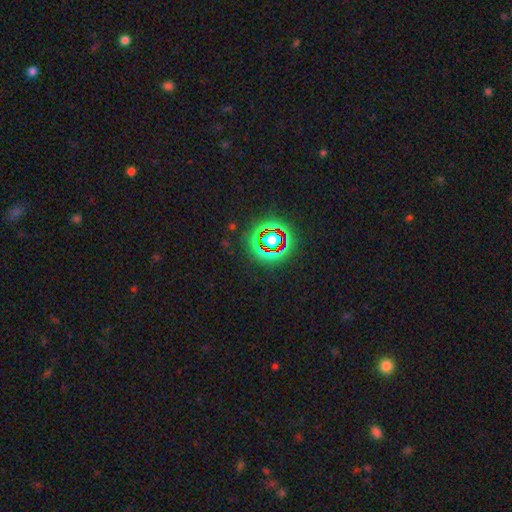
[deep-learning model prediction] Morphology: type=star or artifact (77%).